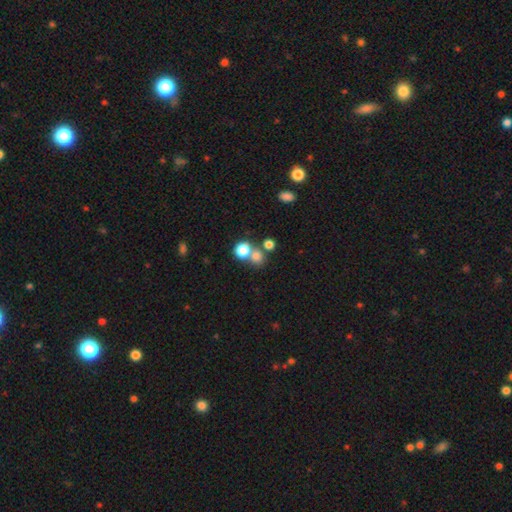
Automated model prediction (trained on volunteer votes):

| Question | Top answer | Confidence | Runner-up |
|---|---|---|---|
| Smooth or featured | smooth | 76% | star or artifact (15%) |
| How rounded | round | 79% | in between (19%) |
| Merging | none | 49% | merger (39%) |